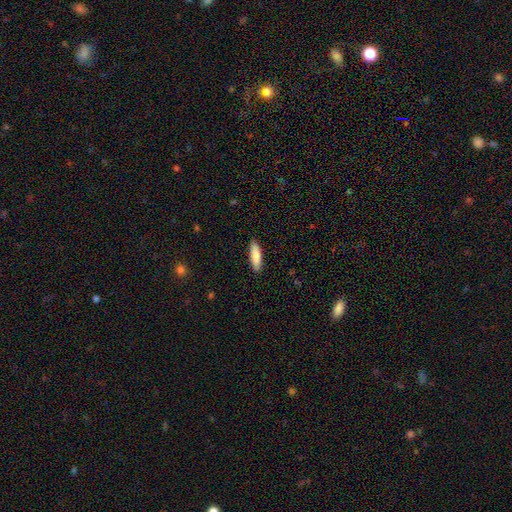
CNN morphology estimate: smooth 83%, featured or disk 12%, star or artifact 6%. Down the decision tree: how rounded — cigar-shaped (56%); merging — none (90%).